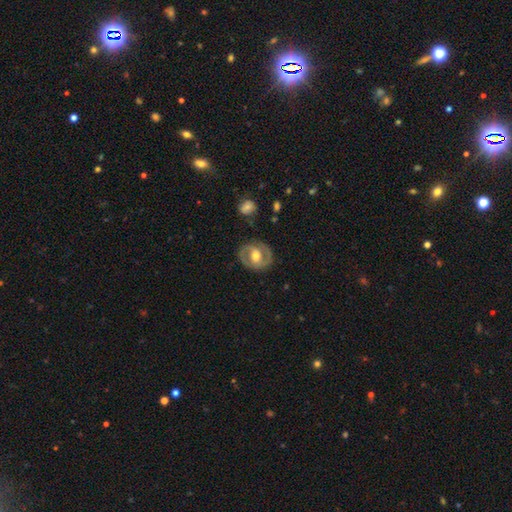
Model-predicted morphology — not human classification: type=featured or disk (74%); edge-on=no (96%); bar=weak (39%); spiral arms=yes (72%); winding=medium (45%); arm count=2 (85%); bulge=moderate (70%); merging=none (82%).